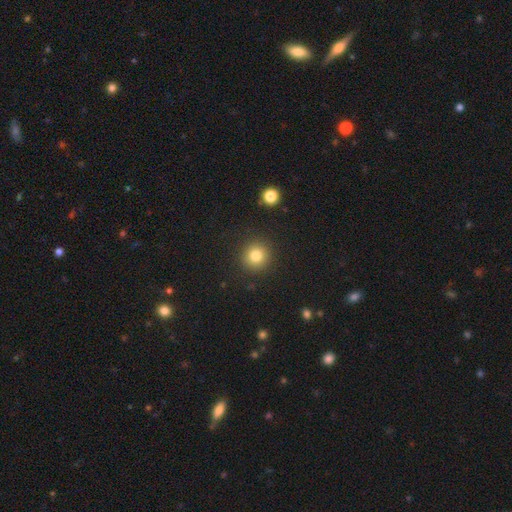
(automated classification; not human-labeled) Smooth or featured: smooth — 81% (star or artifact — 12%)
How rounded: round — 93% (in between — 6%)
Merging: none — 90% (minor disturbance — 6%)